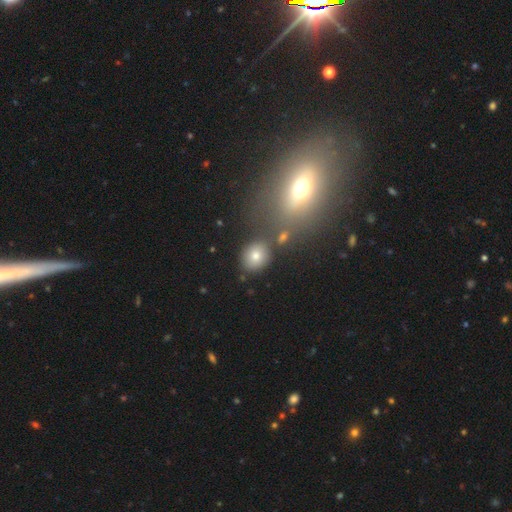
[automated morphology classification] A smooth galaxy with no disk features (76%) that is round (65%).

Vote fractions:
- Smooth or featured? smooth: 76% / star or artifact: 13% / featured or disk: 11%
- How rounded? round: 65% / in between: 33% / cigar-shaped: 1%
- Merging? none: 77% / minor disturbance: 10% / merger: 9% / major disturbance: 4%